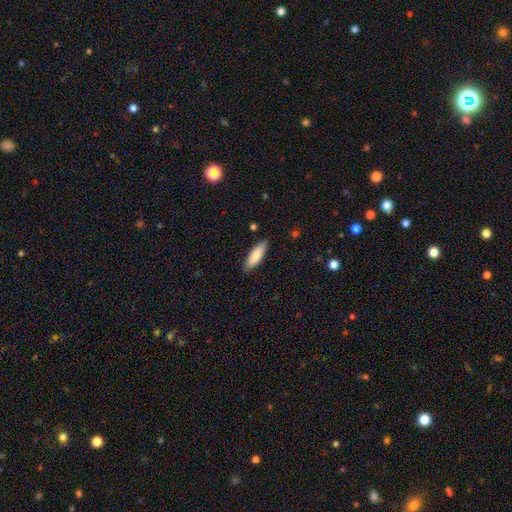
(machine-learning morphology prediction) This appears to be a smooth galaxy with no disk features (82%) that is in between round and cigar-shaped (55%). Merging: none (86%).